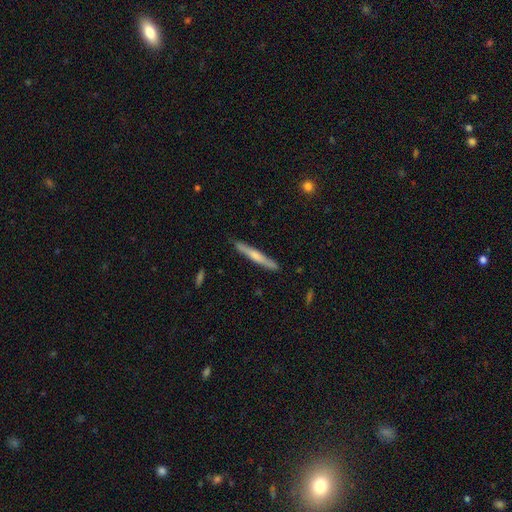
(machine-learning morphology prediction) This is possibly a smooth galaxy (48%). Merging: clearly none (89%).